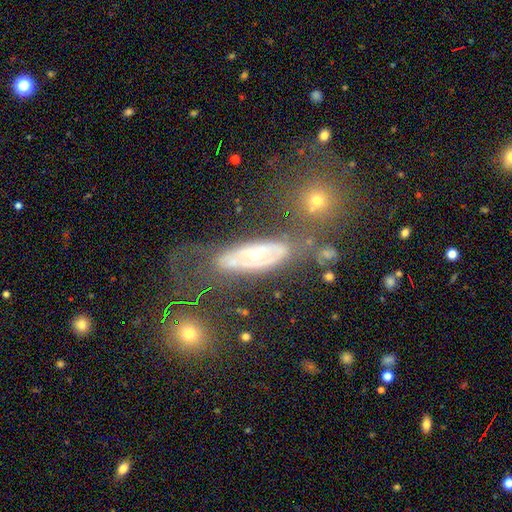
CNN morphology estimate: featured or disk 69%, smooth 22%, star or artifact 8%. Down the decision tree: edge-on disk — no (81%); bar — no (79%); spiral arms — no (52%); bulge size — moderate (48%); merging — none (48%).